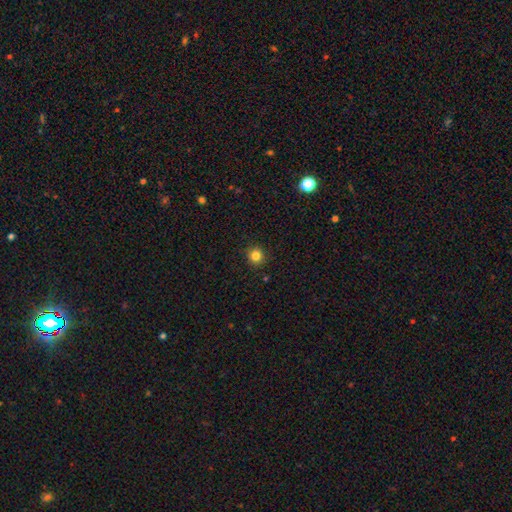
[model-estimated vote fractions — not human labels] Morphology: type=smooth (83%); roundness=round (94%); merging=none (92%).